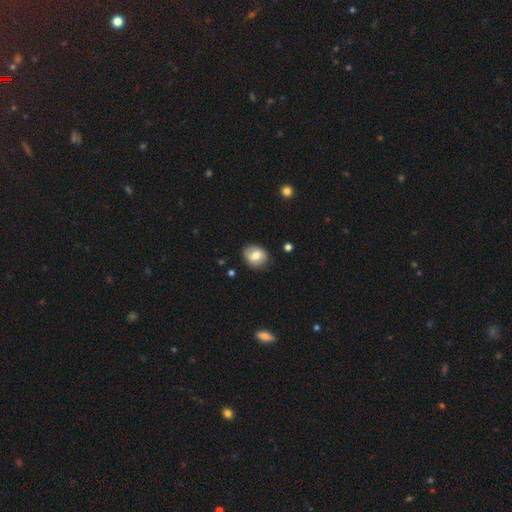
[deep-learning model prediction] Smooth or featured? smooth (72%)
How rounded? round (61%)
Merging? none (79%)